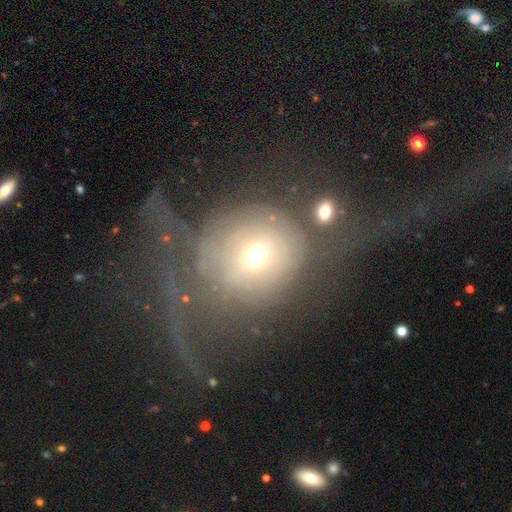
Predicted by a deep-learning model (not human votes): A smooth galaxy with no disk features (46%).

Vote fractions:
- Smooth or featured? smooth: 46% / featured or disk: 41% / star or artifact: 13%
- Merging? major disturbance: 63% / none: 20% / minor disturbance: 10% / merger: 6%